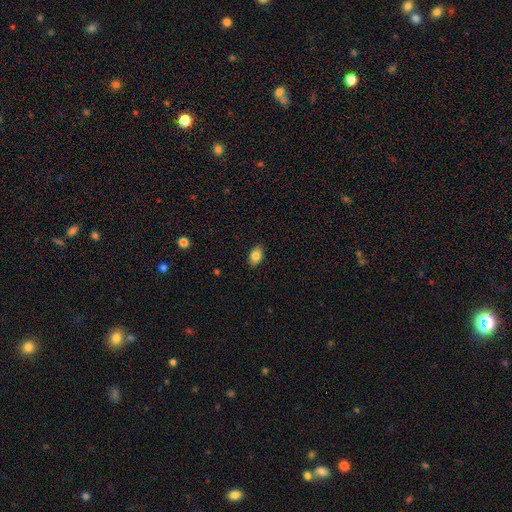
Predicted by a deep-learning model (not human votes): Smooth or featured?
  - smooth: 83% *
  - featured or disk: 9%
  - star or artifact: 8%
How rounded?
  - in between: 86% *
  - round: 13%
  - cigar-shaped: 2%
Merging?
  - none: 88% *
  - minor disturbance: 9%
  - major disturbance: 2%
  - merger: 1%